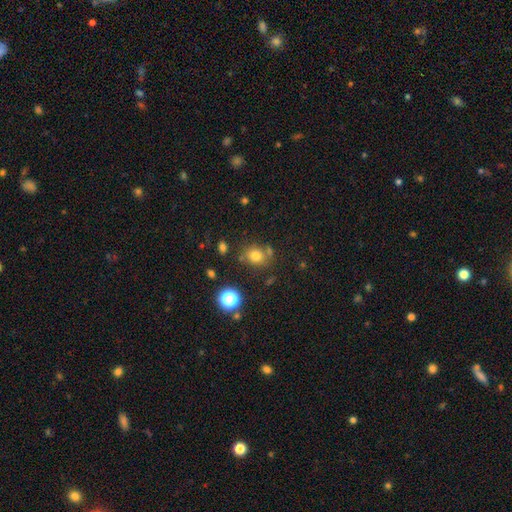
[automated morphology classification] Smooth or featured: smooth — 74% (star or artifact — 17%)
How rounded: round — 63% (in between — 36%)
Merging: none — 69% (minor disturbance — 14%)